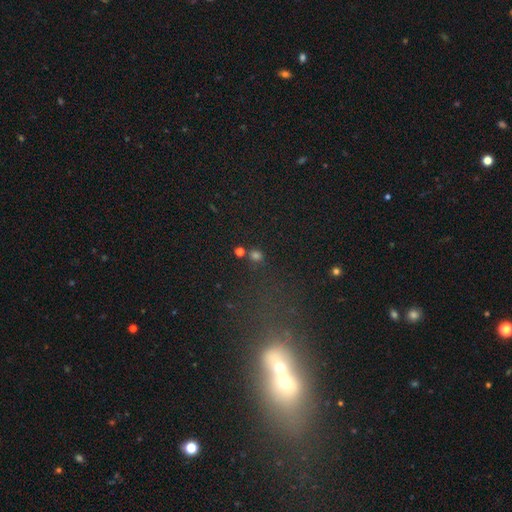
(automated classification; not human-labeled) This is possibly a smooth galaxy (56%). How rounded: likely round (77%). Merging: likely none (74%).